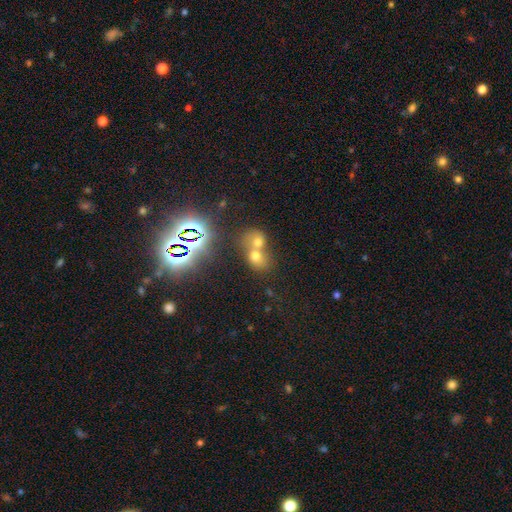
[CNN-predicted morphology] type=smooth (60%); roundness=round (60%); merging=merger (68%).